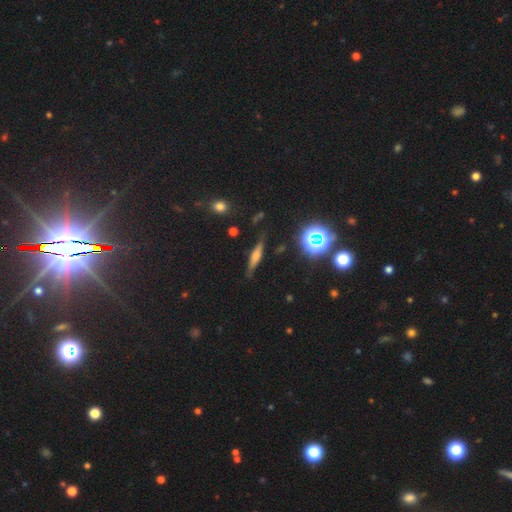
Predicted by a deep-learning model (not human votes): smooth-or-featured: featured or disk: 46% | smooth: 39% | star or artifact: 14%
  merging: none: 80% | minor disturbance: 14% | major disturbance: 4% | merger: 2%